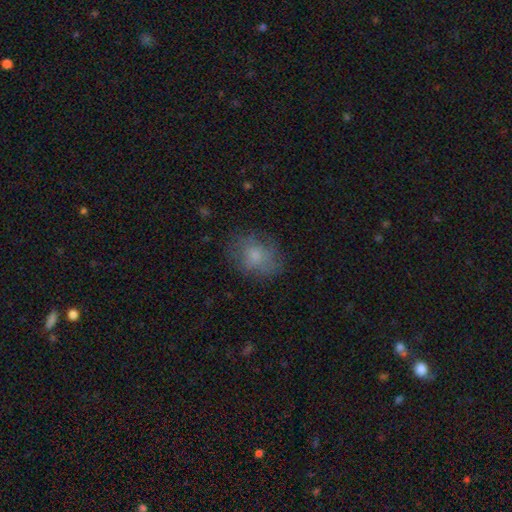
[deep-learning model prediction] The model was most divided on "how rounded": in between: 52%, round: 47%, cigar-shaped: 1%. More confident: merging — none (68%); smooth or featured — smooth (67%).